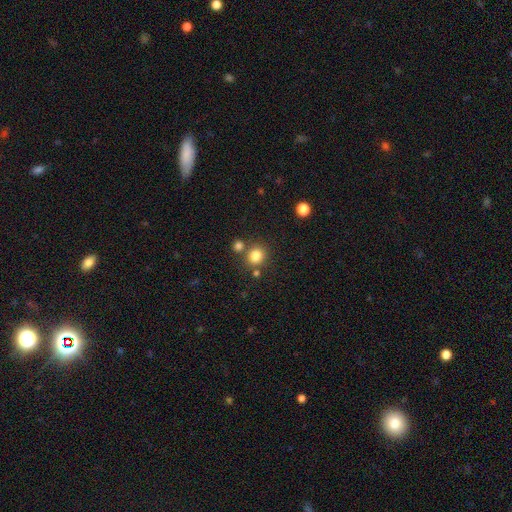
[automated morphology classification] Overall: smooth (82%). How rounded: round (86%). Merging: none (72%).